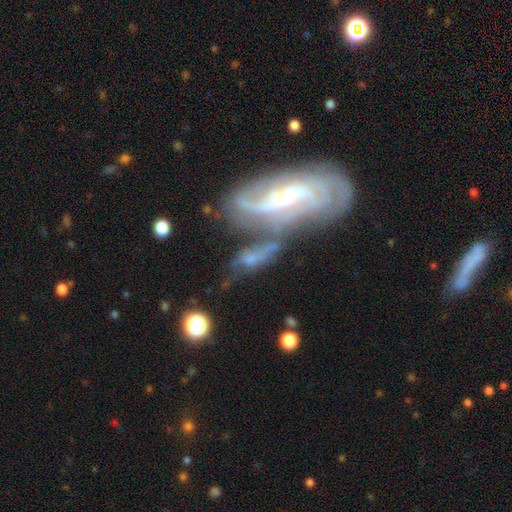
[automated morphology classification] smooth_or_featured: featured or disk (p=0.71) [alt: smooth p=0.19]
disk_edge_on: no (p=0.89) [alt: yes p=0.11]
bar: no (p=0.46) [alt: weak p=0.39]
has_spiral_arms: yes (p=0.85) [alt: no p=0.15]
spiral_winding: medium (p=0.40) [alt: loose p=0.31]
spiral_arm_count: 2 (p=0.42) [alt: can't tell p=0.29]
bulge_size: small (p=0.55) [alt: moderate p=0.31]
merging: merger (p=0.43) [alt: none p=0.29]